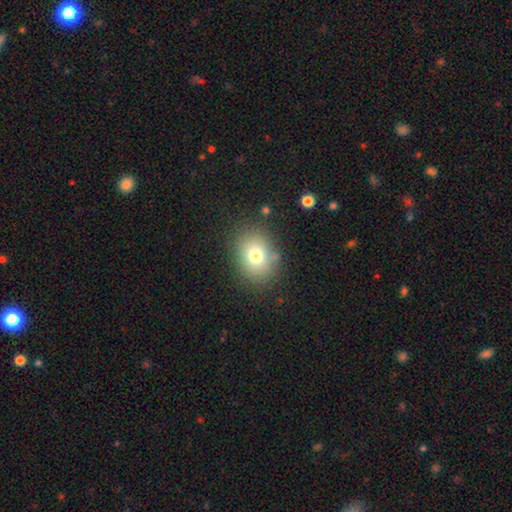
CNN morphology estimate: This is likely a smooth galaxy (76%). How rounded: possibly in between (55%). Merging: clearly none (82%).